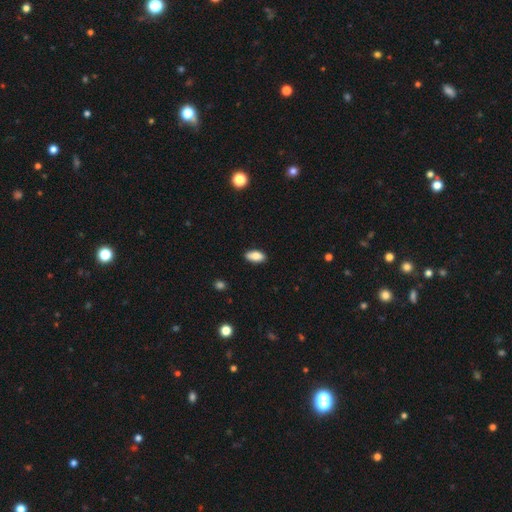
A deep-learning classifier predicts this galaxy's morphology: This is clearly a smooth galaxy (83%). How rounded: clearly in between (90%). Merging: clearly none (85%).